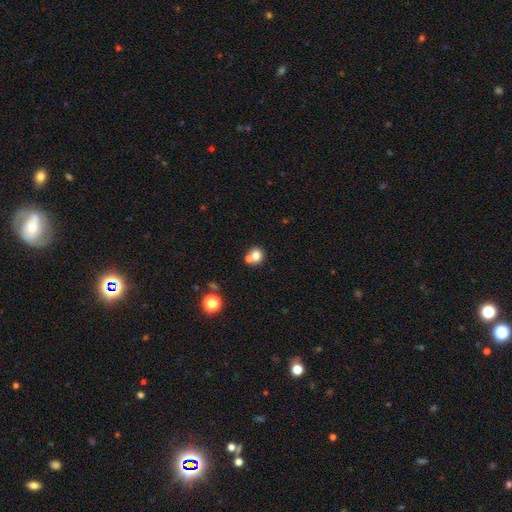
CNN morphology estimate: smooth_or_featured: smooth (p=0.75) [alt: featured or disk p=0.13]
how_rounded: round (p=0.81) [alt: in between p=0.18]
merging: none (p=0.47) [alt: merger p=0.42]